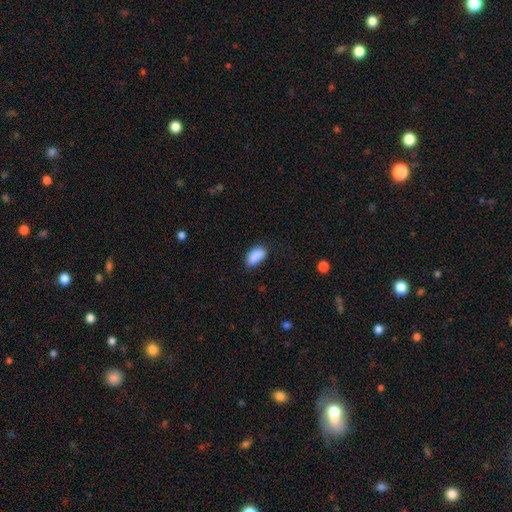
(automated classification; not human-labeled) Q: Smooth or featured?
A: smooth (89%); runner-up: star or artifact (7%)
Q: How rounded?
A: in between (93%); runner-up: round (5%)
Q: Merging?
A: none (71%); runner-up: minor disturbance (23%)